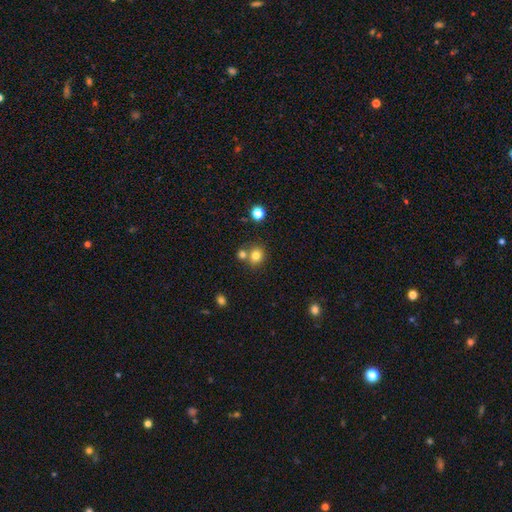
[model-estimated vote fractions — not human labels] Smooth or featured: smooth — 79% (star or artifact — 14%)
How rounded: round — 80% (in between — 19%)
Merging: none — 61% (merger — 27%)